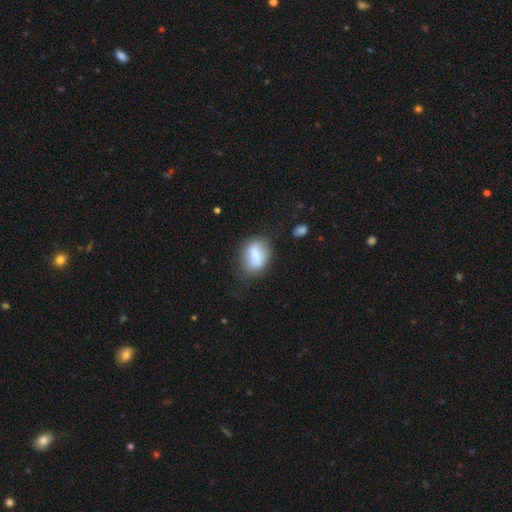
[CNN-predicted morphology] Smooth or featured?
  - smooth: 75% *
  - featured or disk: 17%
  - star or artifact: 8%
How rounded?
  - in between: 72% *
  - round: 26%
  - cigar-shaped: 2%
Merging?
  - none: 59% *
  - minor disturbance: 26%
  - major disturbance: 11%
  - merger: 4%